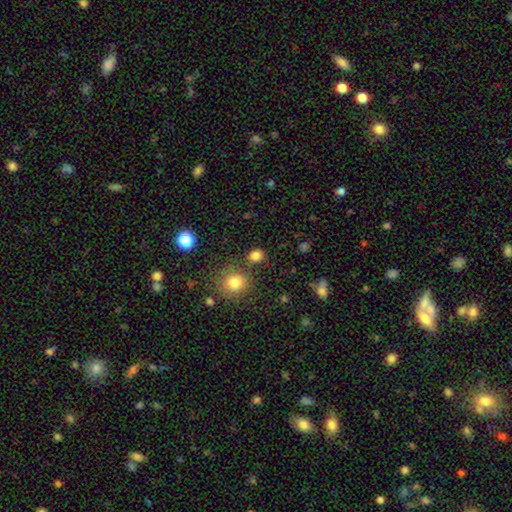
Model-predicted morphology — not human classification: Q: Smooth or featured?
A: smooth (81%); runner-up: star or artifact (15%)
Q: How rounded?
A: round (69%); runner-up: in between (30%)
Q: Merging?
A: none (77%); runner-up: minor disturbance (10%)